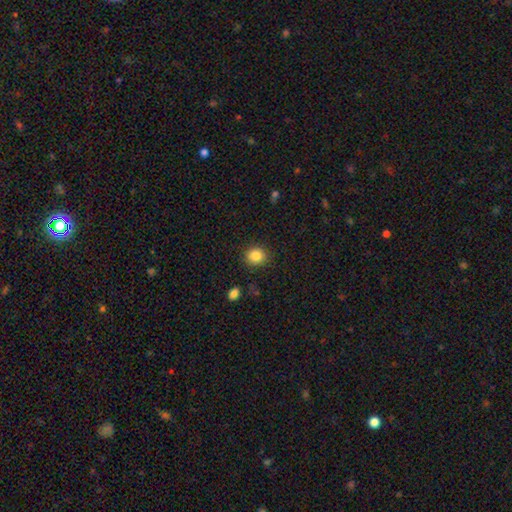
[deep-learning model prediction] Smooth or featured? Predicted: smooth (p=0.86). How rounded? Predicted: round (p=0.81). Merging? Predicted: none (p=0.88).